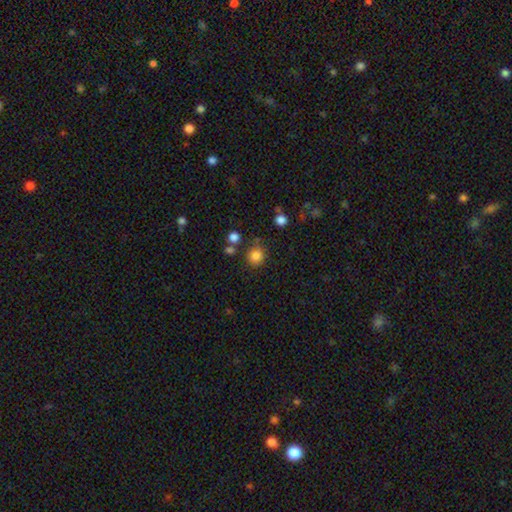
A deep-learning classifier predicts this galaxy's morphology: smooth 83%, star or artifact 12%, featured or disk 5%. Down the decision tree: how rounded — round (89%); merging — none (79%).